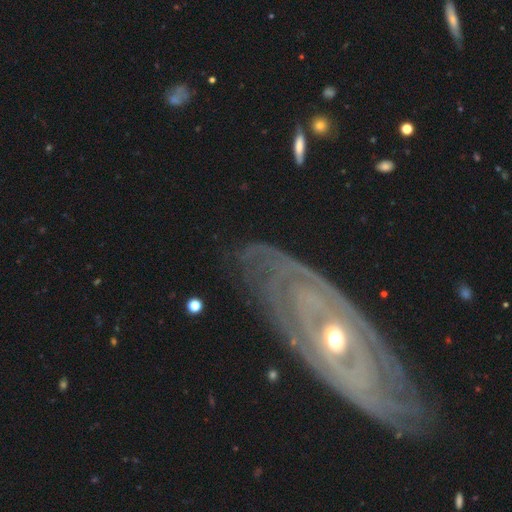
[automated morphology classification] Smooth or featured? featured or disk (80%)
Edge-on disk? no (90%)
Bar? no (69%)
Spiral arms? yes (82%)
Spiral winding? tight (76%)
Spiral arm count? can't tell (38%)
Bulge size? moderate (57%)
Merging? none (73%)